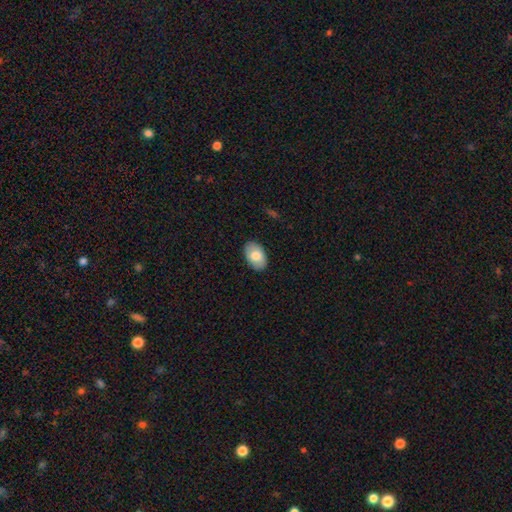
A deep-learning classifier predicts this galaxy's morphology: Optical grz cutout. It shows a smooth galaxy with no disk features (79%) that is in between round and cigar-shaped (91%). Merging: none (88%).